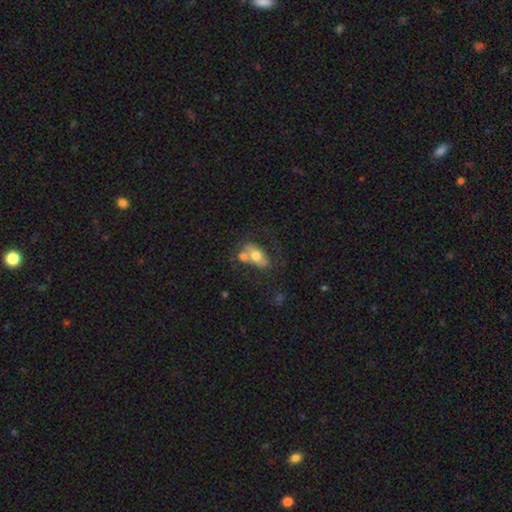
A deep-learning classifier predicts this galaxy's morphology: smooth-or-featured: smooth: 55% | featured or disk: 37% | star or artifact: 8%
  how-rounded: in between: 85% | round: 11% | cigar-shaped: 5%
  merging: merger: 40% | none: 33% | minor disturbance: 16% | major disturbance: 10%